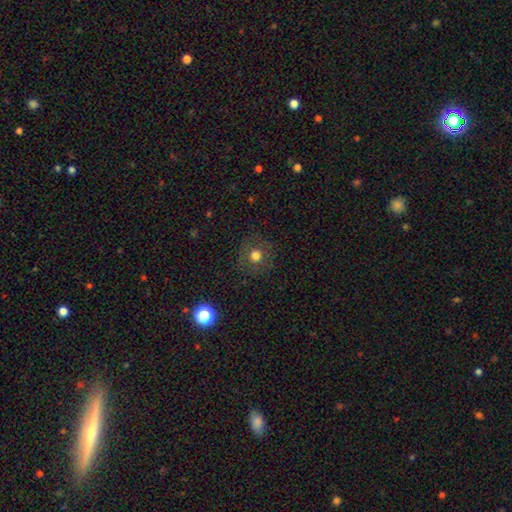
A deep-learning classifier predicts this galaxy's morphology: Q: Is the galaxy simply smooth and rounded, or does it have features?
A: smooth — 70%.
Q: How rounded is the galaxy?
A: round — 91%.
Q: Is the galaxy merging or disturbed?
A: none — 86%.